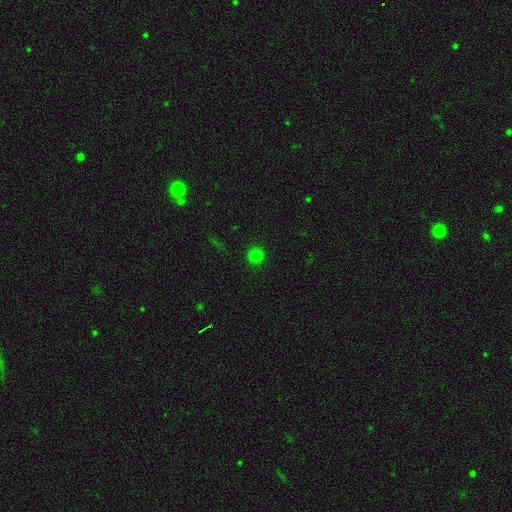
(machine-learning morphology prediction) Smooth or featured: smooth — 79% (star or artifact — 17%)
How rounded: round — 90% (in between — 8%)
Merging: none — 90% (minor disturbance — 6%)